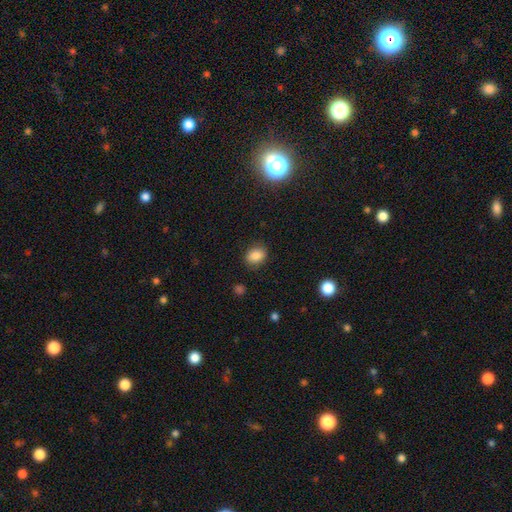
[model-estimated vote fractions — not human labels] smooth 85%, star or artifact 9%, featured or disk 5%. Down the decision tree: how rounded — in between (63%); merging — none (83%).